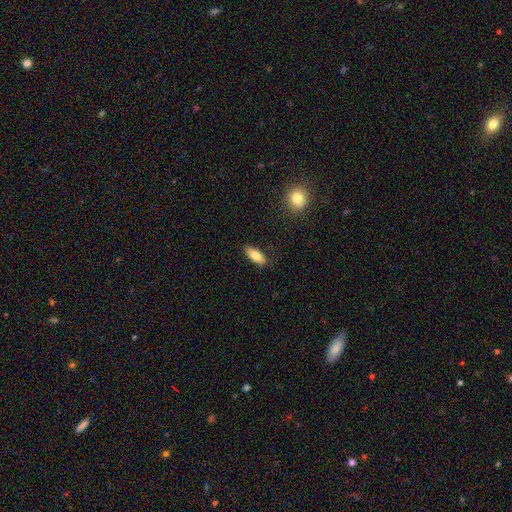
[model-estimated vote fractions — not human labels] Q: Smooth or featured?
A: smooth (81%); runner-up: featured or disk (12%)
Q: How rounded?
A: in between (76%); runner-up: cigar-shaped (22%)
Q: Merging?
A: none (84%); runner-up: minor disturbance (12%)